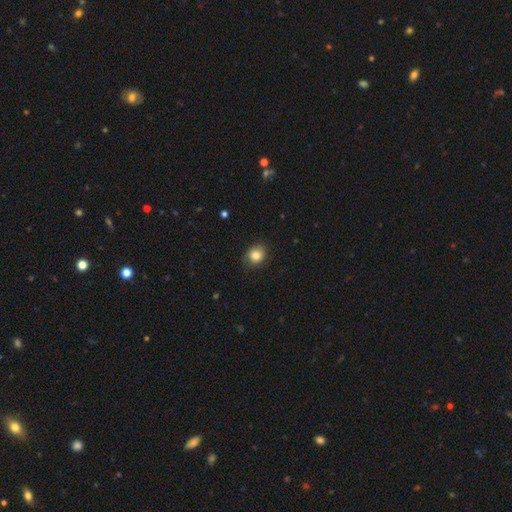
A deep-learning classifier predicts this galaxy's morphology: Smooth or featured: smooth — 82% (star or artifact — 10%)
How rounded: round — 63% (in between — 36%)
Merging: none — 79% (minor disturbance — 17%)